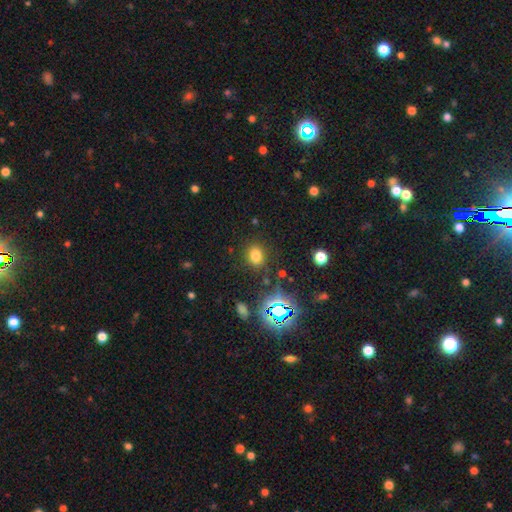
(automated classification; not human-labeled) Smooth or featured? smooth (72%)
How rounded? round (50%)
Merging? none (84%)